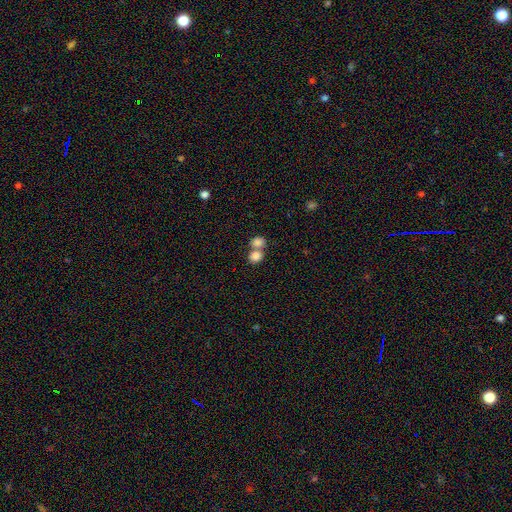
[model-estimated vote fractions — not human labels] Smooth or featured: smooth — 83% (star or artifact — 9%)
How rounded: round — 62% (in between — 37%)
Merging: merger — 58% (none — 33%)